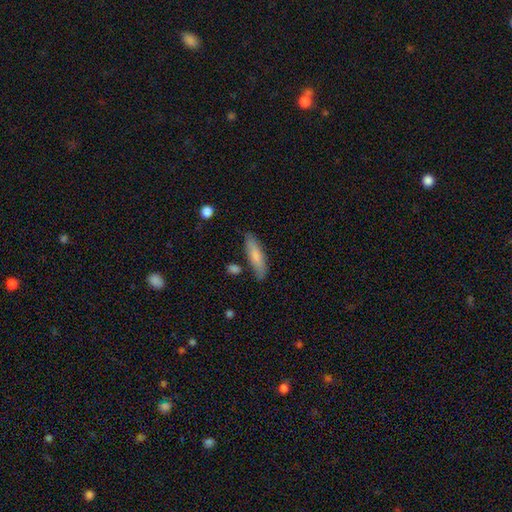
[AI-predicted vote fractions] smooth 76%, featured or disk 18%, star or artifact 6%. Down the decision tree: how rounded — cigar-shaped (67%); merging — none (78%).